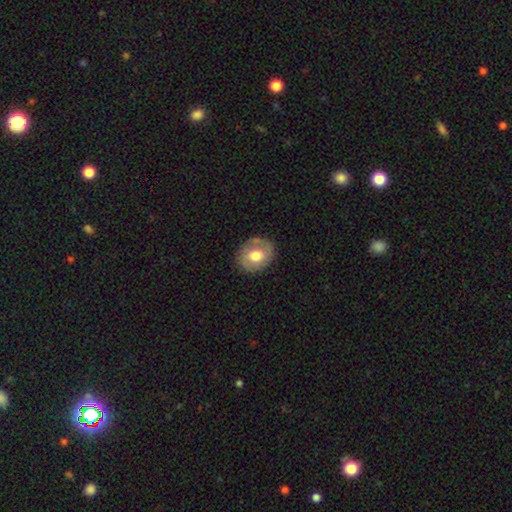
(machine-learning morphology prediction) This is likely a smooth galaxy (62%). How rounded: possibly round (57%). Merging: clearly none (80%).